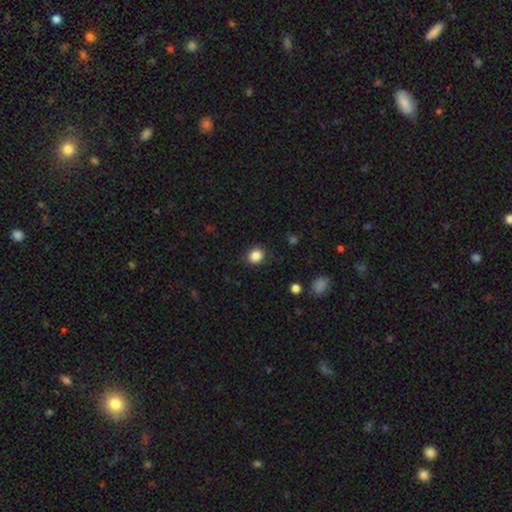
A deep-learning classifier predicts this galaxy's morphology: This is clearly a smooth galaxy (86%). How rounded: clearly round (80%). Merging: clearly none (86%).